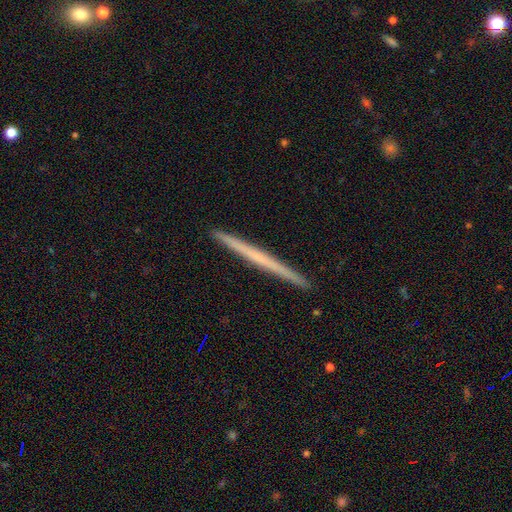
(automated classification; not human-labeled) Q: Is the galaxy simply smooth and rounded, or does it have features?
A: featured or disk — 54%.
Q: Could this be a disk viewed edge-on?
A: yes — 98%.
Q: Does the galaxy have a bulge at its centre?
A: none — 90%.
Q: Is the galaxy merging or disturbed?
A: none — 93%.